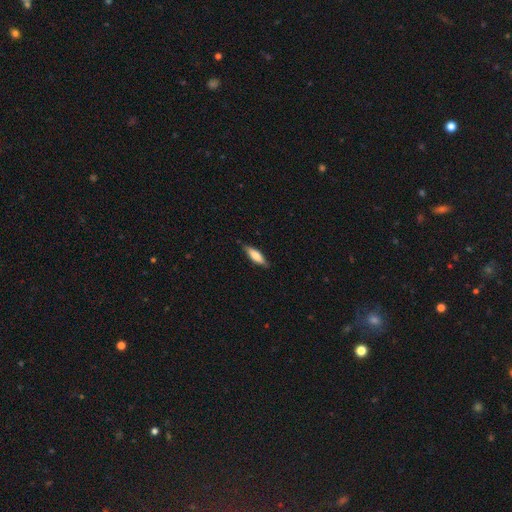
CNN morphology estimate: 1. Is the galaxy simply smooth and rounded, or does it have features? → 73% smooth, 21% featured or disk, 6% star or artifact.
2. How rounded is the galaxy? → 56% cigar-shaped, 42% in between, 2% round.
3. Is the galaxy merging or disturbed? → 83% none, 14% minor disturbance, 2% major disturbance, 1% merger.